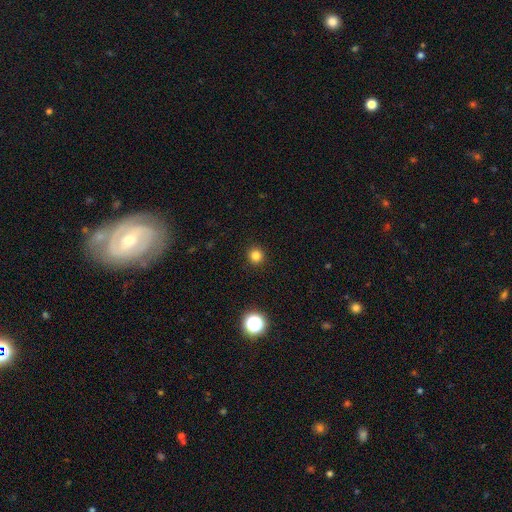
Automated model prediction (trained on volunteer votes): A smooth galaxy with no disk features (82%) that is round (95%). Merging: none (93%).